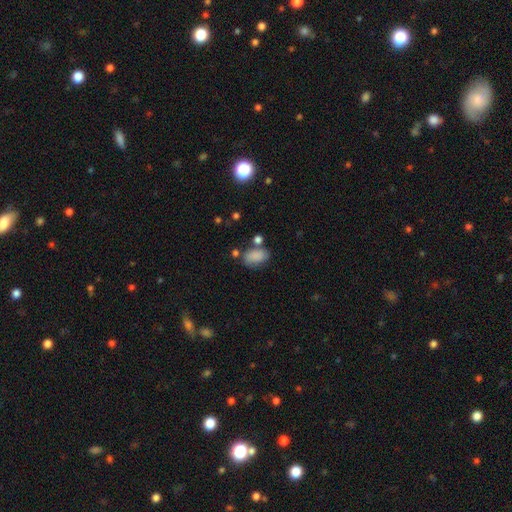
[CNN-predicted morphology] Overall: smooth (82%). How rounded: in between (88%). Merging: none (57%; minor disturbance 22%).